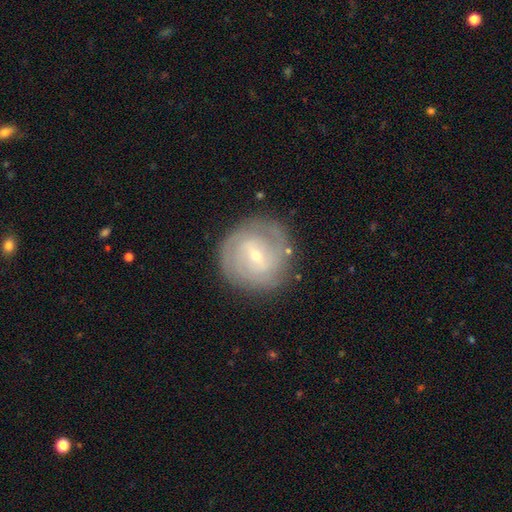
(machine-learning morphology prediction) Overall: featured or disk (75%). Edge-on disk: no (97%). Bar: weak (56%; no 24%). Spiral arms: yes (87%). Spiral arm count: 2 (38%; can't tell 36%). Spiral winding: tight (66%; medium 26%). Bulge size: small (65%; moderate 32%). Merging: none (82%).